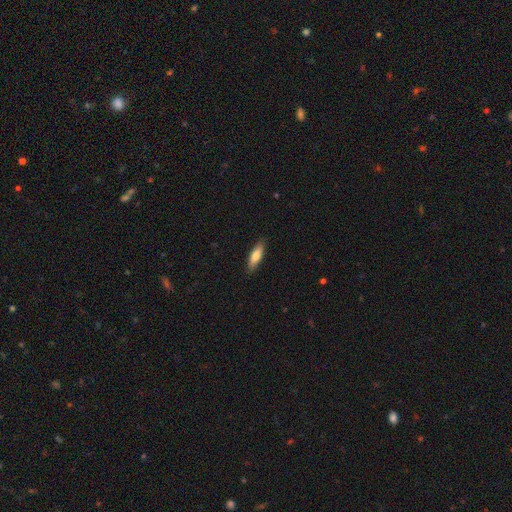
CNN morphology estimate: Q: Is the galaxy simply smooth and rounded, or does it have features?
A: smooth — 73%.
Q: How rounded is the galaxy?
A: cigar-shaped — 57%.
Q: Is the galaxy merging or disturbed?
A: none — 89%.